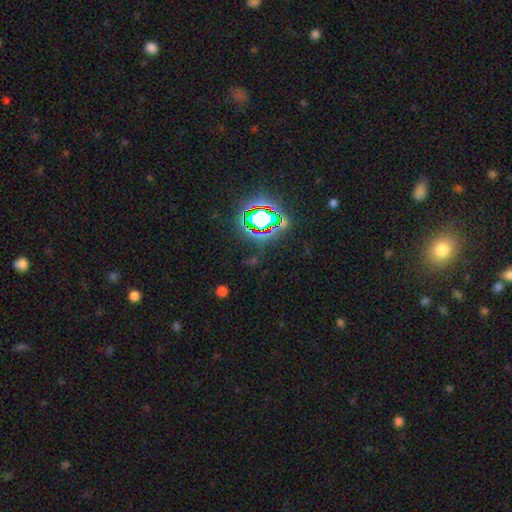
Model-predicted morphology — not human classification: This appears to be a star or artifact, not a galaxy (79%).